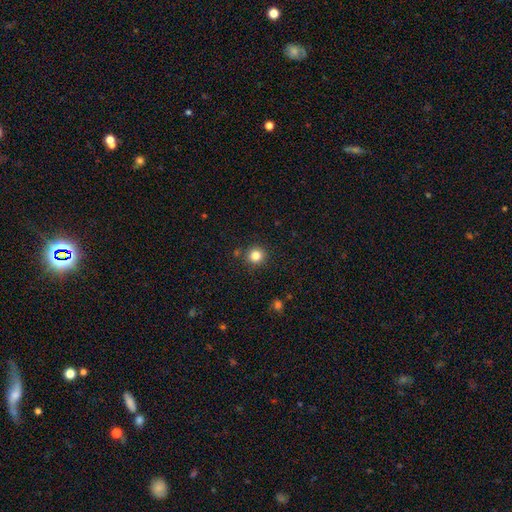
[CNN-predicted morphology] Overall: smooth (83%). How rounded: round (93%). Merging: none (88%).